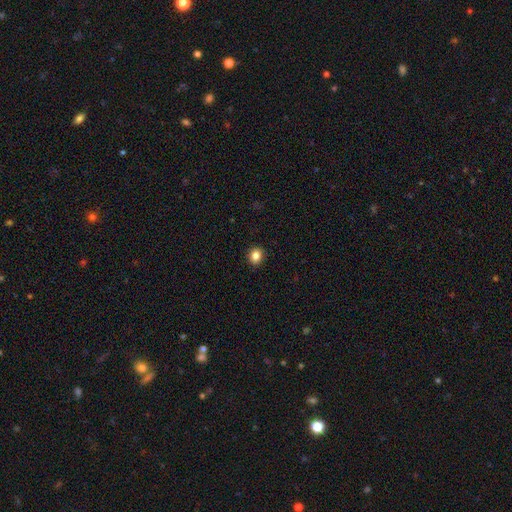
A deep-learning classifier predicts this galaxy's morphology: smooth-or-featured: smooth: 84% | star or artifact: 11% | featured or disk: 5%
  how-rounded: round: 80% | in between: 19% | cigar-shaped: 1%
  merging: none: 92% | minor disturbance: 6% | major disturbance: 2% | merger: 1%